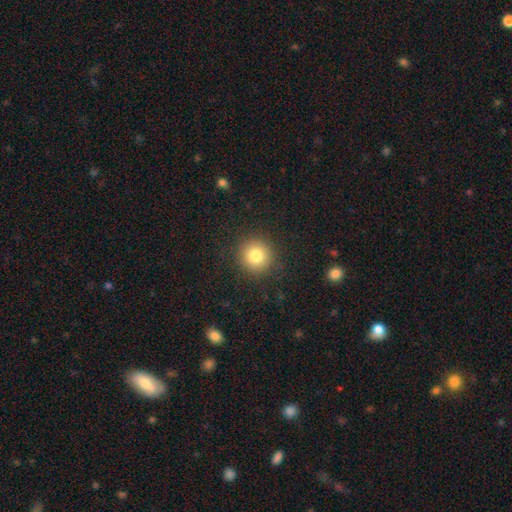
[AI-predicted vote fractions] smooth-or-featured: smooth: 80% | star or artifact: 12% | featured or disk: 8%
  how-rounded: round: 94% | in between: 5% | cigar-shaped: 1%
  merging: none: 90% | minor disturbance: 6% | major disturbance: 3% | merger: 1%